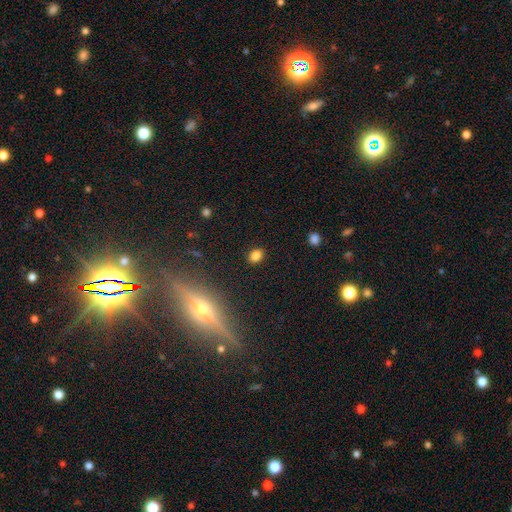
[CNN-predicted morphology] smooth 82%, star or artifact 13%, featured or disk 6%. Down the decision tree: how rounded — in between (68%); merging — none (87%).